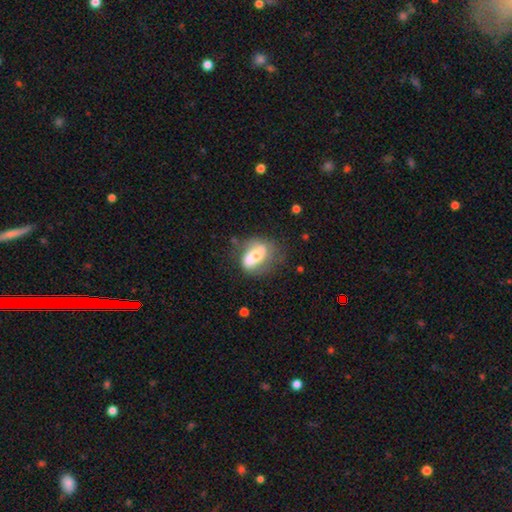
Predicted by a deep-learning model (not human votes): Smooth or featured? Predicted: featured or disk (p=0.54). Edge-on disk? Predicted: no (p=0.93). Bar? Predicted: no (p=0.56). Spiral arms? Predicted: yes (p=0.53). Bulge size? Predicted: moderate (p=0.58). Merging? Predicted: none (p=0.46).